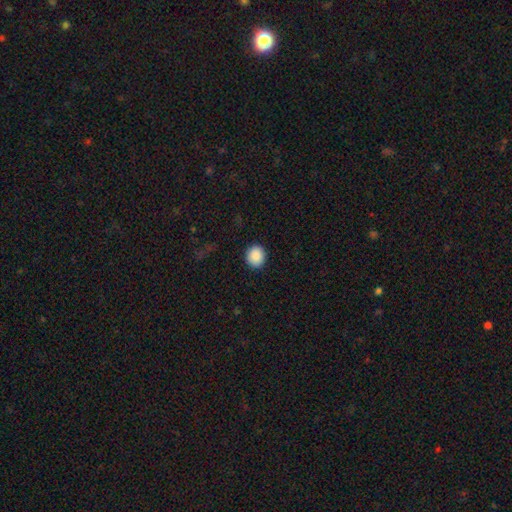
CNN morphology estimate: smooth 89%, star or artifact 8%, featured or disk 3%. Down the decision tree: how rounded — round (75%); merging — none (90%).